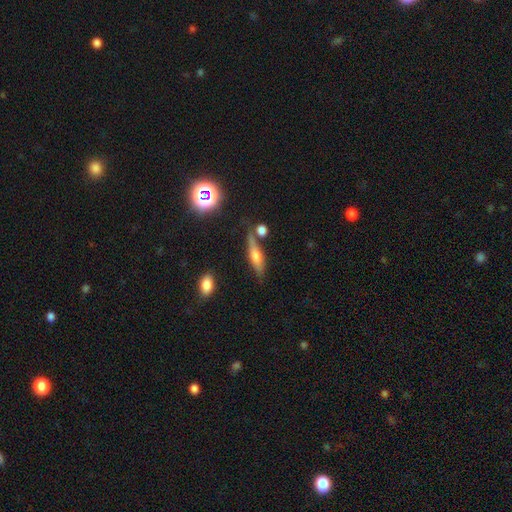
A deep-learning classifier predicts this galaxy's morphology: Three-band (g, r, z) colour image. It shows a featured or disk galaxy (48%). Merging: none (71%).